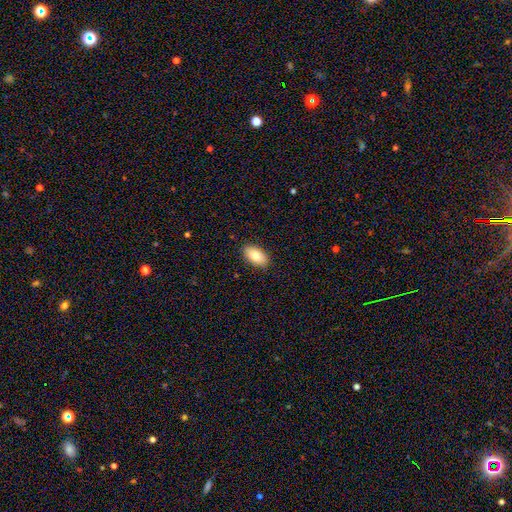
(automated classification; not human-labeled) smooth_or_featured: smooth (p=0.82) [alt: featured or disk p=0.11]
how_rounded: in between (p=0.94) [alt: round p=0.04]
merging: none (p=0.88) [alt: minor disturbance p=0.09]